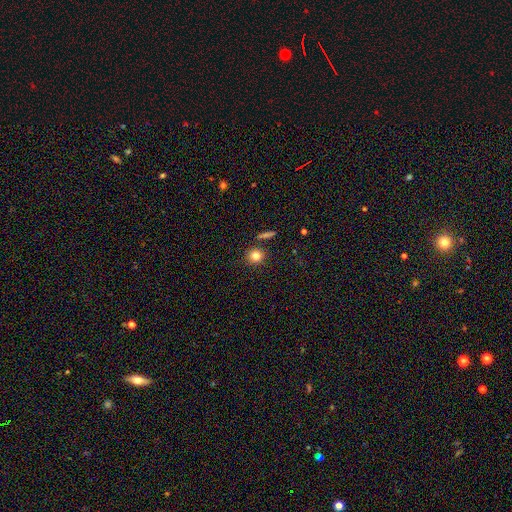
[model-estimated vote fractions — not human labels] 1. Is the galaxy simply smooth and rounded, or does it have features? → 80% smooth, 12% star or artifact, 8% featured or disk.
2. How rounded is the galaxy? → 90% round, 9% in between, 1% cigar-shaped.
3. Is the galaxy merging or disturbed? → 85% none, 8% minor disturbance, 5% merger, 3% major disturbance.